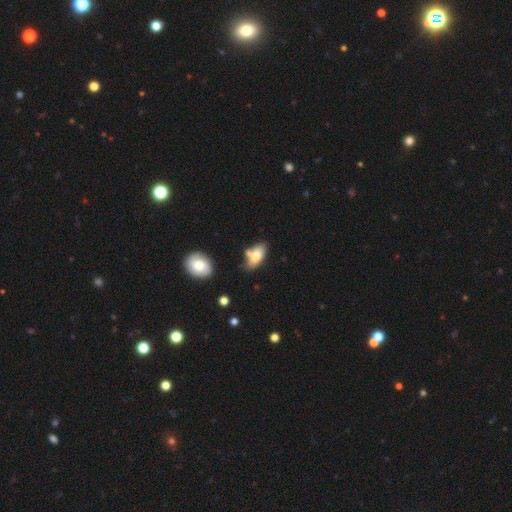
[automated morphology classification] smooth 76%, featured or disk 17%, star or artifact 7%. Down the decision tree: how rounded — in between (89%); merging — none (56%).